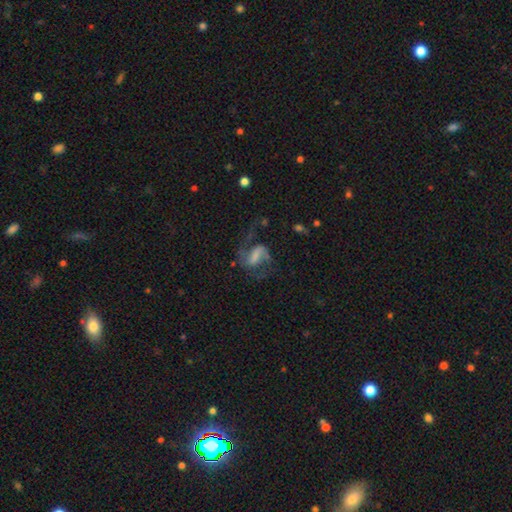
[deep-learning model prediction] This appears to be a featured or disk galaxy (75%) with a strong bar (43%), 2 (85%) loose (48%) spiral arms (90%) and no central bulge (36%). Merging: none (48%).